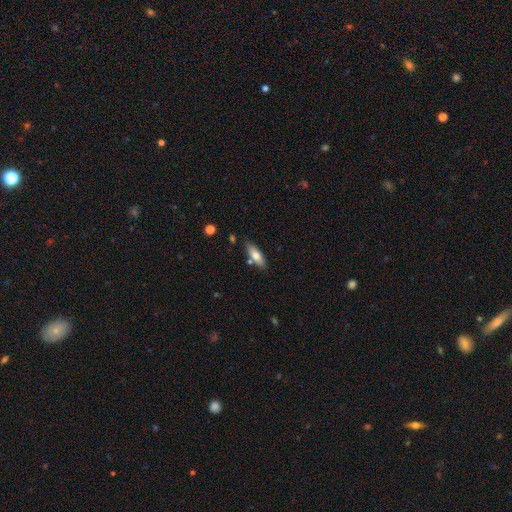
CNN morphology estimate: Smooth or featured?
  - smooth: 71% *
  - featured or disk: 23%
  - star or artifact: 6%
How rounded?
  - in between: 62% *
  - cigar-shaped: 36%
  - round: 2%
Merging?
  - none: 78% *
  - minor disturbance: 13%
  - merger: 6%
  - major disturbance: 2%